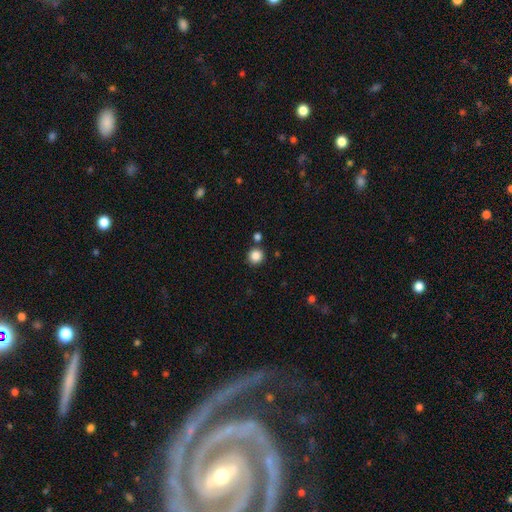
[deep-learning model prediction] smooth_or_featured: smooth (p=0.86) [alt: star or artifact p=0.10]
how_rounded: round (p=0.94) [alt: in between p=0.05]
merging: none (p=0.85) [alt: merger p=0.07]